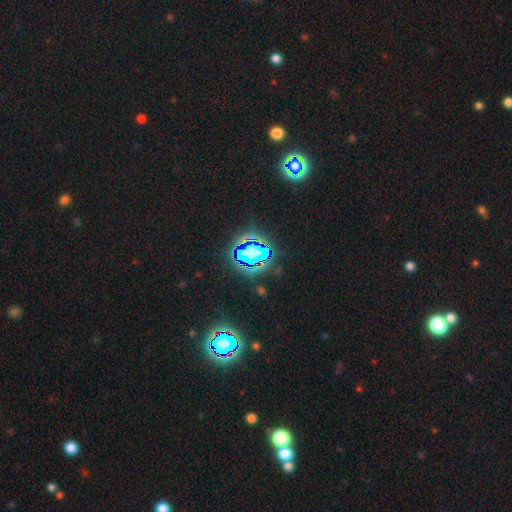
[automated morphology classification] Smooth or featured? star or artifact (57%)